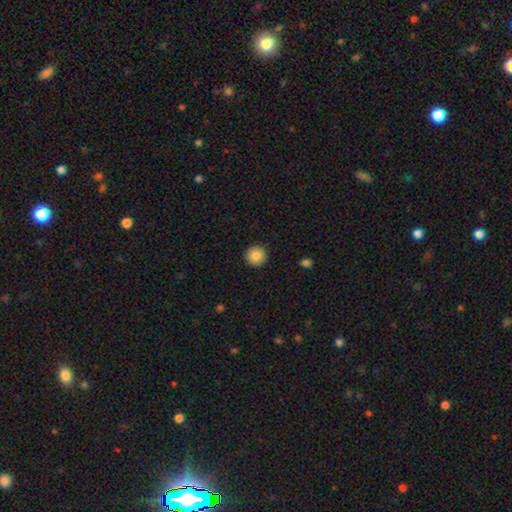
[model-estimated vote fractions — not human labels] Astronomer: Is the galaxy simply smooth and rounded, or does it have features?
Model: smooth — 87%.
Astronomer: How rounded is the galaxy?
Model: round — 96%.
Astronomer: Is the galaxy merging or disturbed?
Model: none — 93%.